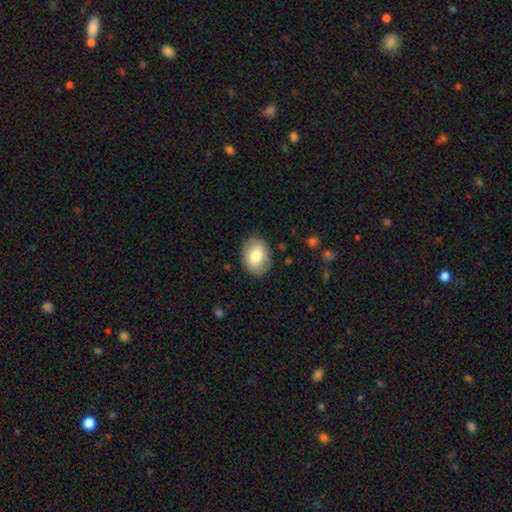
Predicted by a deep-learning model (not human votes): This is likely a smooth galaxy (80%). How rounded: likely in between (76%). Merging: clearly none (86%).